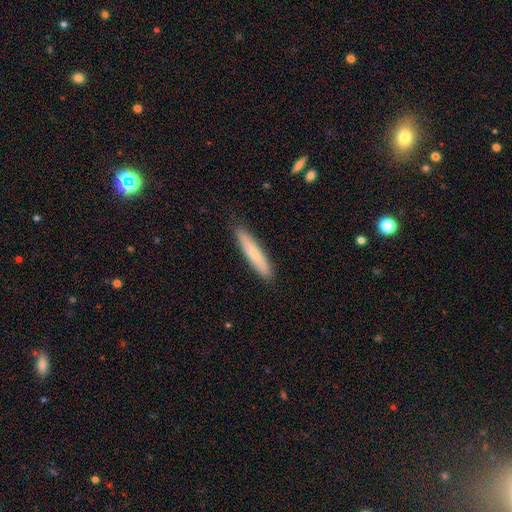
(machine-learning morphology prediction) smooth 73%, featured or disk 22%, star or artifact 6%. Down the decision tree: how rounded — cigar-shaped (92%); merging — none (88%).